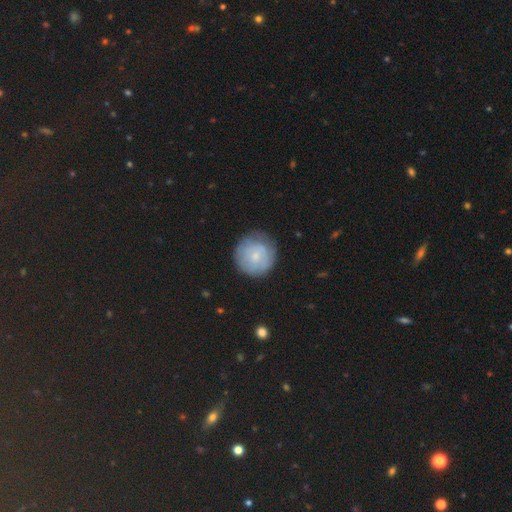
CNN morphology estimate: smooth_or_featured: smooth (p=0.62) [alt: featured or disk p=0.31]
how_rounded: round (p=0.92) [alt: in between p=0.07]
merging: none (p=0.73) [alt: minor disturbance p=0.20]